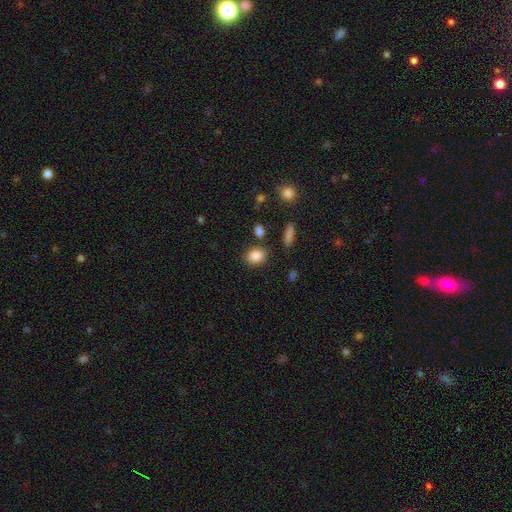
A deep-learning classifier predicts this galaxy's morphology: Smooth or featured? smooth (86%)
How rounded? in between (63%)
Merging? none (77%)